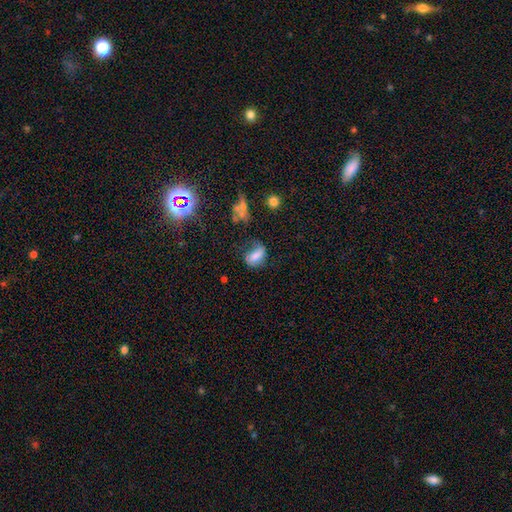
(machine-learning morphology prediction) type=smooth (65%); roundness=in between (81%); merging=none (44%).